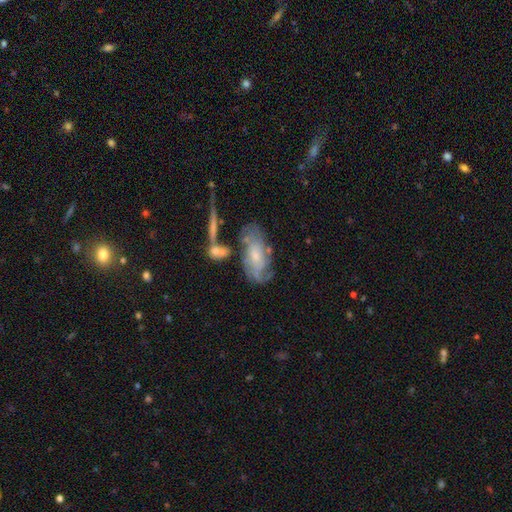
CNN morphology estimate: A featured or disk galaxy (67%) with no bar (68%), spiral arms (81%) and a small central bulge (45%). Merging: none (48%).